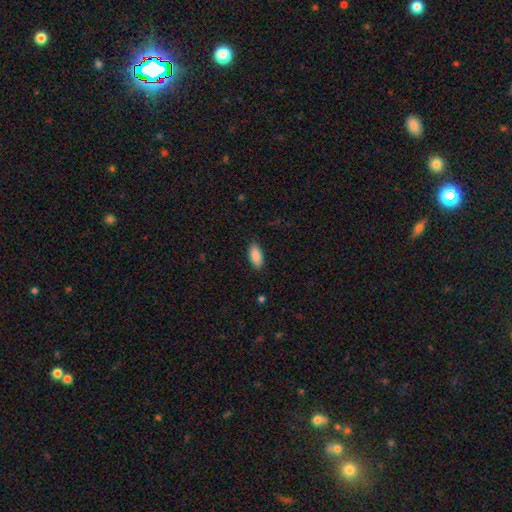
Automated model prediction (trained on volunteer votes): Overall: smooth (90%). How rounded: in between (90%). Merging: none (88%).